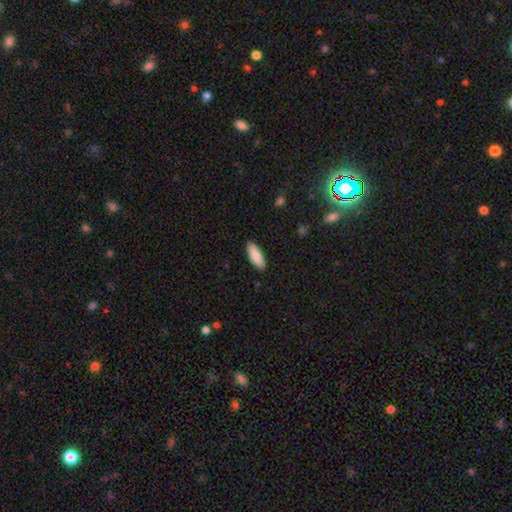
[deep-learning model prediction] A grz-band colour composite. It shows a smooth galaxy with no disk features (89%) that is in between round and cigar-shaped (68%). Merging: none (90%).